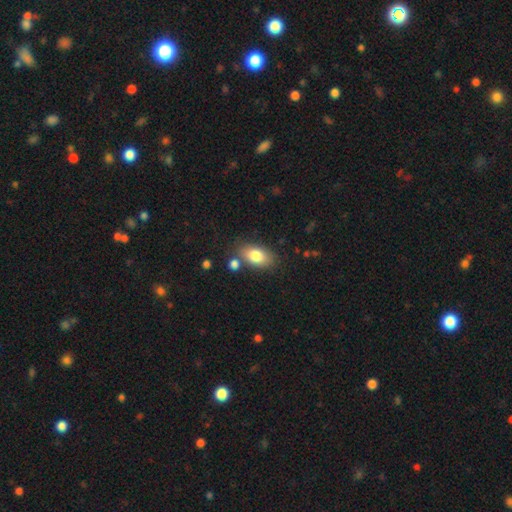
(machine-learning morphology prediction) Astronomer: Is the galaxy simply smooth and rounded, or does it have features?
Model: smooth — 81%.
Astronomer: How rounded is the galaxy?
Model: in between — 90%.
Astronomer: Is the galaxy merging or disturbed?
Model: none — 74%.